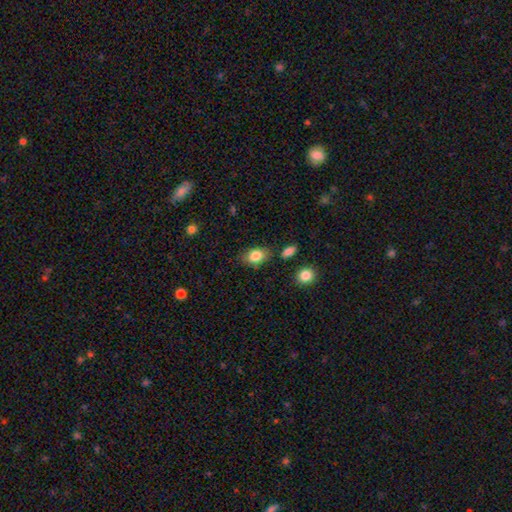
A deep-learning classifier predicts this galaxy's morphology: Overall: smooth (83%). How rounded: in between (82%). Merging: none (75%).